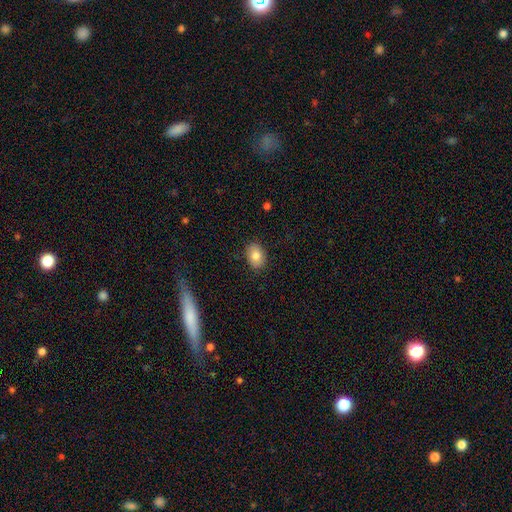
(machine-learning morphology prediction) Smooth or featured?
  - smooth: 83% *
  - featured or disk: 9%
  - star or artifact: 8%
How rounded?
  - in between: 75% *
  - round: 24%
  - cigar-shaped: 1%
Merging?
  - none: 87% *
  - minor disturbance: 10%
  - major disturbance: 2%
  - merger: 1%